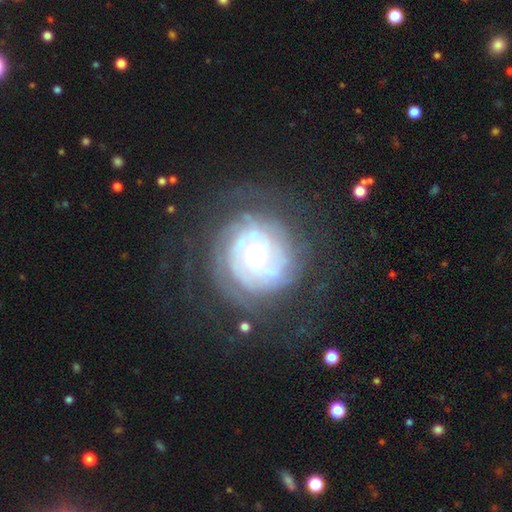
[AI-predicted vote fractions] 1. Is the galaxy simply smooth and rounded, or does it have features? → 85% featured or disk, 9% smooth, 6% star or artifact.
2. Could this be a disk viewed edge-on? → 97% no, 3% yes.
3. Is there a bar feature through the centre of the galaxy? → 73% no, 20% weak, 7% strong.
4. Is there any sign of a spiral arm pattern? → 94% yes, 6% no.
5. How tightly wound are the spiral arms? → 78% tight, 17% medium, 5% loose.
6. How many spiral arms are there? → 37% can't tell, 25% 2, 14% 3, 10% 4, 7% more than 4, 6% 1.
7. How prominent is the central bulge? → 48% small, 44% moderate, 5% large, 1% dominant, 1% none.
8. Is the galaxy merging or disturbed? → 72% none, 16% minor disturbance, 11% major disturbance, 2% merger.